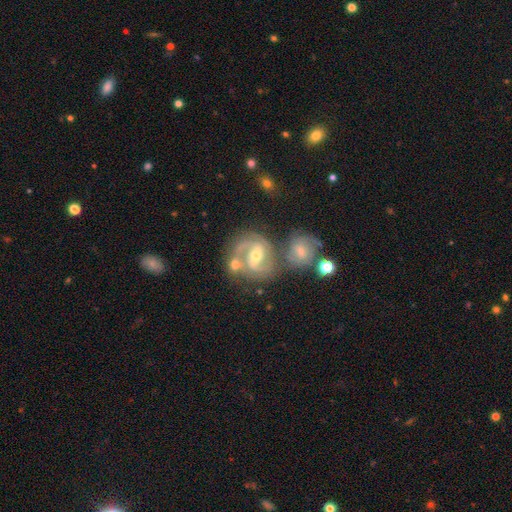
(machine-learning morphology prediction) Smooth or featured: featured or disk — 86% (smooth — 8%)
Edge-on disk: no — 97% (yes — 3%)
Bar: weak — 44% (strong — 39%)
Spiral arms: yes — 96% (no — 4%)
Spiral winding: medium — 53% (tight — 36%)
Spiral arm count: 2 — 75% (3 — 12%)
Bulge size: moderate — 58% (small — 37%)
Merging: none — 49% (merger — 31%)